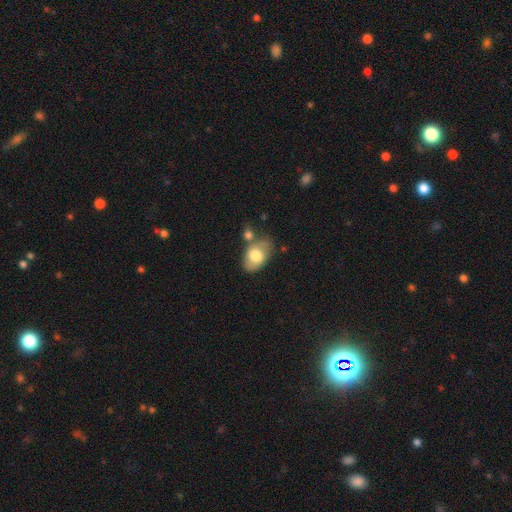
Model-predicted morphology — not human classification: Overall: smooth (70%). How rounded: in between (89%). Merging: none (58%; minor disturbance 20%).